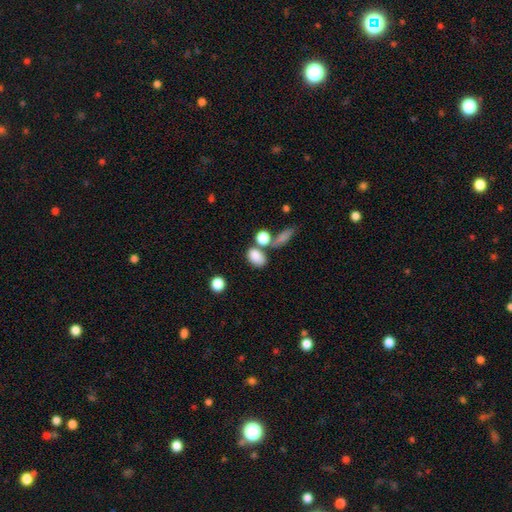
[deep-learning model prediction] smooth_or_featured: smooth (p=0.82) [alt: star or artifact p=0.09]
how_rounded: in between (p=0.78) [alt: round p=0.20]
merging: none (p=0.51) [alt: merger p=0.29]